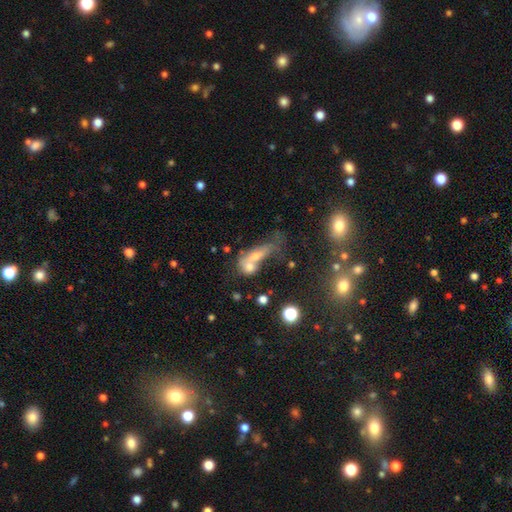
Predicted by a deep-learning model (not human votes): This appears to be a smooth galaxy with no disk features (55%) that is in between round and cigar-shaped (58%). Merging: merger (61%).